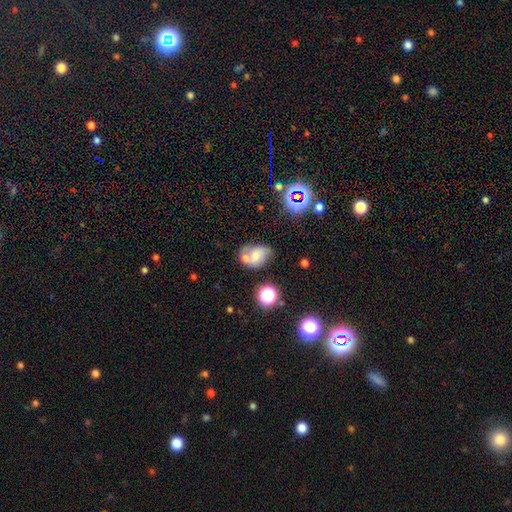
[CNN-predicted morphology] Smooth or featured?
  - smooth: 51% *
  - featured or disk: 34%
  - star or artifact: 15%
How rounded?
  - in between: 61% *
  - round: 37%
  - cigar-shaped: 1%
Merging?
  - merger: 44% *
  - none: 33%
  - minor disturbance: 15%
  - major disturbance: 7%